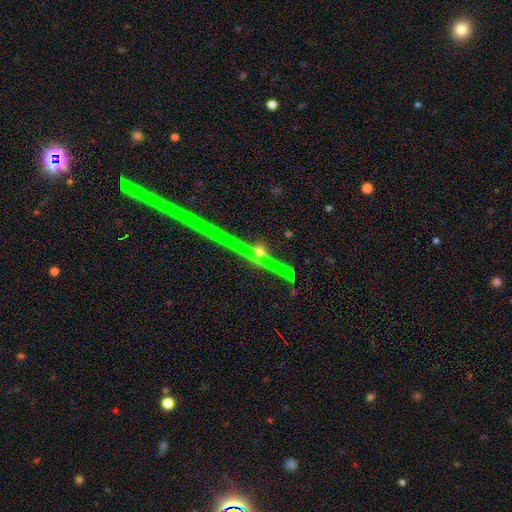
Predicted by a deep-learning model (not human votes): Smooth or featured? star or artifact (46%)